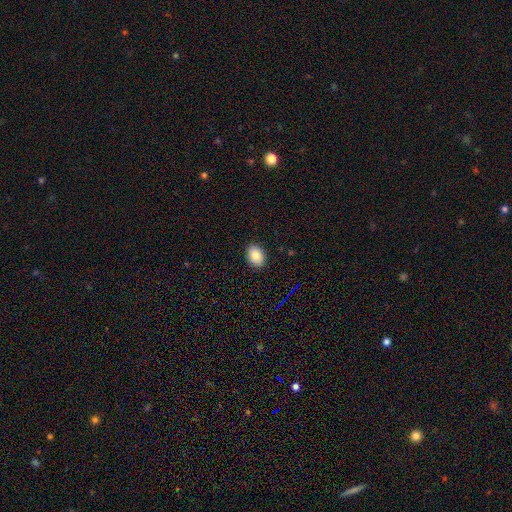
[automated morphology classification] The model was most divided on "how rounded": in between: 75%, round: 24%, cigar-shaped: 1%. More confident: merging — none (89%); smooth or featured — smooth (84%).